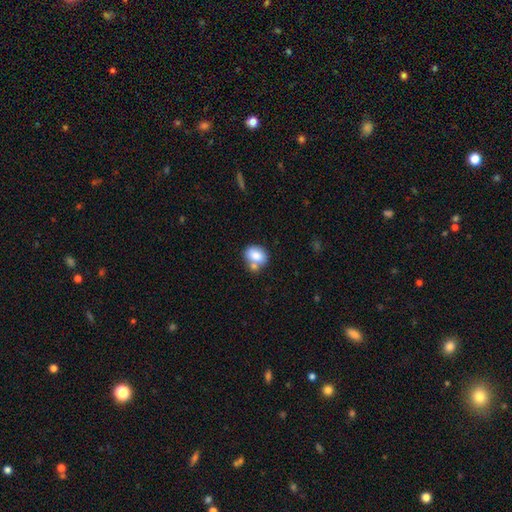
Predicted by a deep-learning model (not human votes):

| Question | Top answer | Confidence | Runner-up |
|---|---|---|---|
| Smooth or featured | smooth | 81% | featured or disk (11%) |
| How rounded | in between | 61% | round (38%) |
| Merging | none | 51% | merger (30%) |